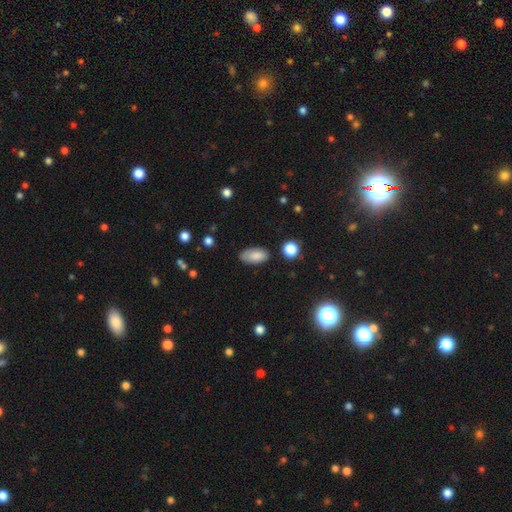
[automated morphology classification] A smooth galaxy with no disk features (85%) that is in between round and cigar-shaped (92%). Merging: none (74%).